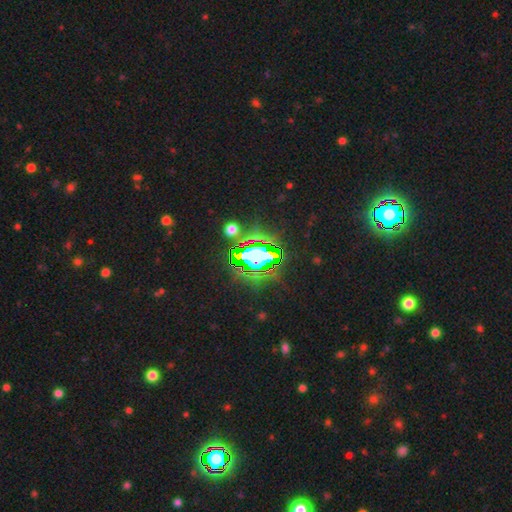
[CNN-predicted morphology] star or artifact 74%, smooth 15%, featured or disk 11%.